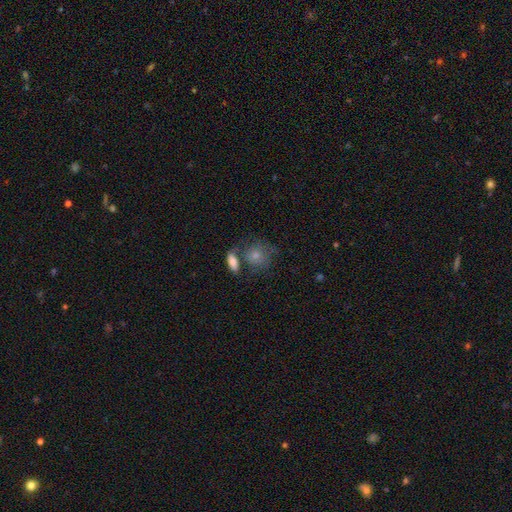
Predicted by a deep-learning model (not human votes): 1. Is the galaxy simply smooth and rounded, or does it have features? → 76% smooth, 17% featured or disk, 8% star or artifact.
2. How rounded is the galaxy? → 66% round, 32% in between, 2% cigar-shaped.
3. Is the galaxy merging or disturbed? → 43% none, 25% merger, 20% minor disturbance, 12% major disturbance.